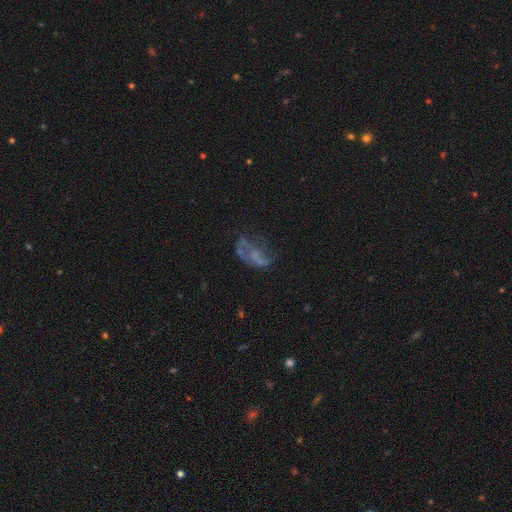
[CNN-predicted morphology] Smooth or featured? Predicted: featured or disk (p=0.55). Edge-on disk? Predicted: no (p=0.96). Bar? Predicted: no (p=0.82). Spiral arms? Predicted: no (p=0.75). Bulge size? Predicted: none (p=0.74). Merging? Predicted: major disturbance (p=0.37).